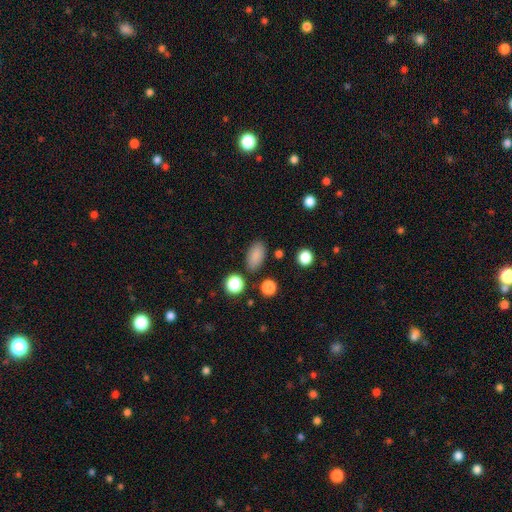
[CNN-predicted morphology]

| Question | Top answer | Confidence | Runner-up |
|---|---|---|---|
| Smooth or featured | smooth | 85% | star or artifact (10%) |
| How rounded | in between | 90% | round (7%) |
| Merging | none | 83% | minor disturbance (10%) |